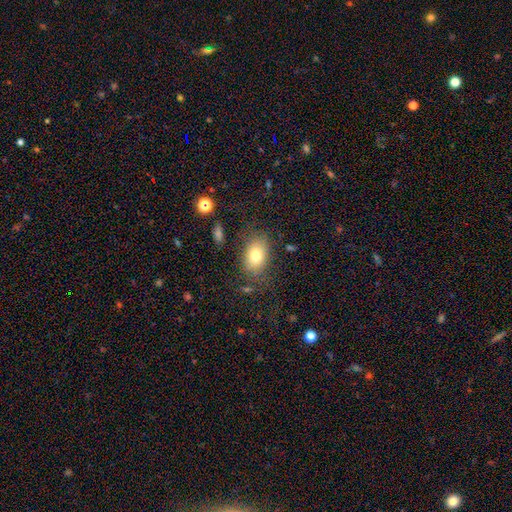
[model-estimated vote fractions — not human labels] smooth 76%, featured or disk 14%, star or artifact 10%. Down the decision tree: how rounded — in between (80%); merging — none (75%).